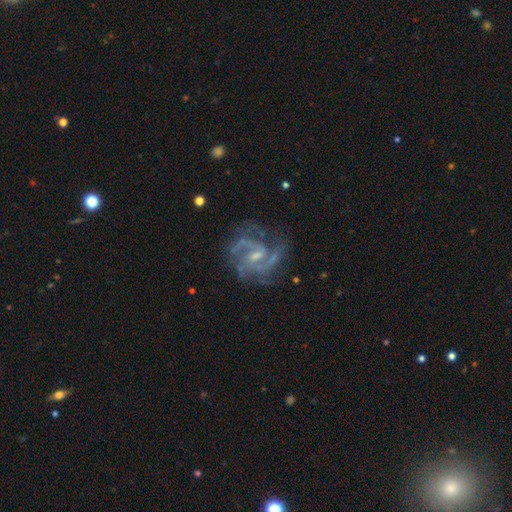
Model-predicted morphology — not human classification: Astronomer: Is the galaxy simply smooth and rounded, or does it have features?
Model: featured or disk — 90%.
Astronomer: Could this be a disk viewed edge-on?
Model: no — 98%.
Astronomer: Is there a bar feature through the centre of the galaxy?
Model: weak — 56%.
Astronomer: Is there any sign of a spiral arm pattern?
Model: yes — 98%.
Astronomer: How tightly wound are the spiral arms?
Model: medium — 56% (runner-up: tight, 31%).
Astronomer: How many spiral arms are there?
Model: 2 — 47% (runner-up: 3, 28%).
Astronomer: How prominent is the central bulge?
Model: small — 57%.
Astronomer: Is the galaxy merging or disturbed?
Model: none — 70%.